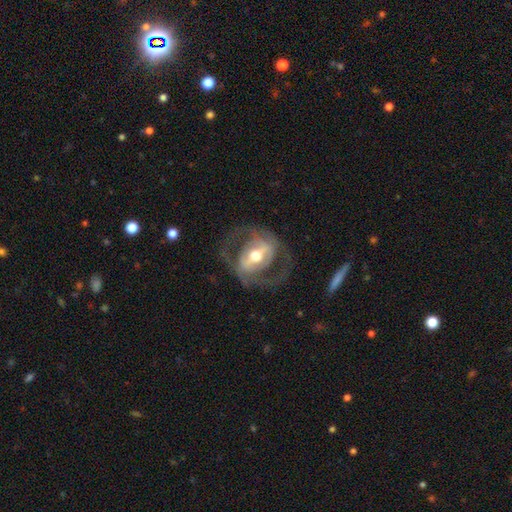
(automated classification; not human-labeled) Overall: featured or disk (80%). Edge-on disk: no (93%). Bar: strong (56%; weak 28%). Spiral arms: yes (60%; no 40%). Bulge size: moderate (70%). Merging: none (69%).